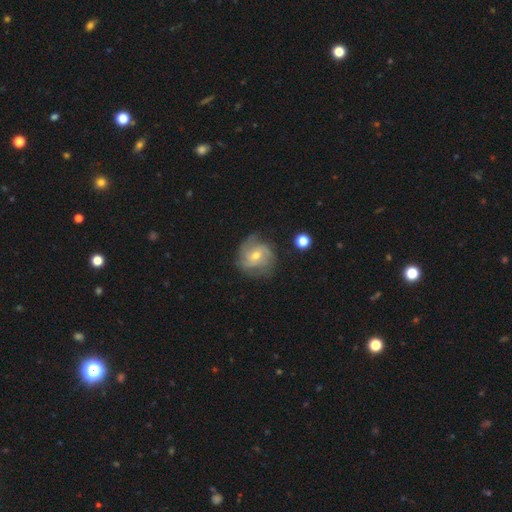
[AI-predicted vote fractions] This is likely a featured or disk galaxy (70%). It is clearly not viewed edge-on (97%). Bar: likely no (60%). Spiral arm pattern: clearly yes (89%). Spiral arm count: marginally 3 (29%, tied with can't tell). Spiral winding: marginally tight (41%, tied with medium). Central bulge: possibly moderate (53%). Merging: likely none (66%).